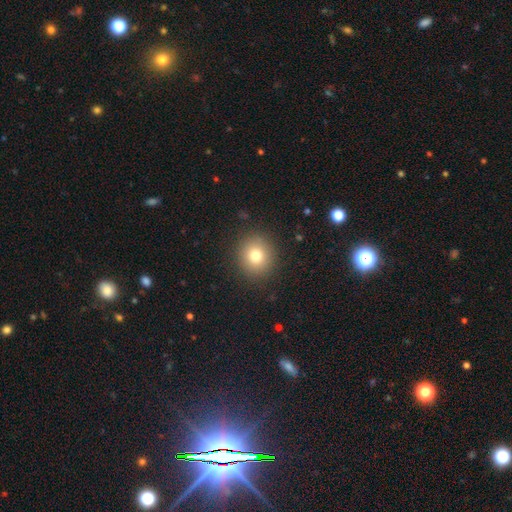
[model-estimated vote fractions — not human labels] Morphology: type=smooth (77%); roundness=round (89%); merging=none (90%).